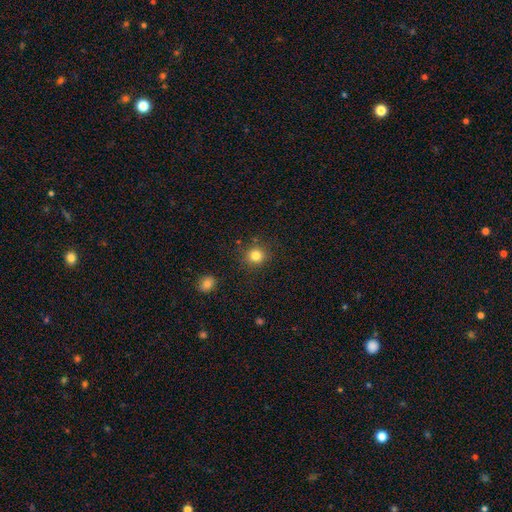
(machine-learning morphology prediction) This appears to be a smooth galaxy with no disk features (83%) that is round (90%). Merging: none (86%).